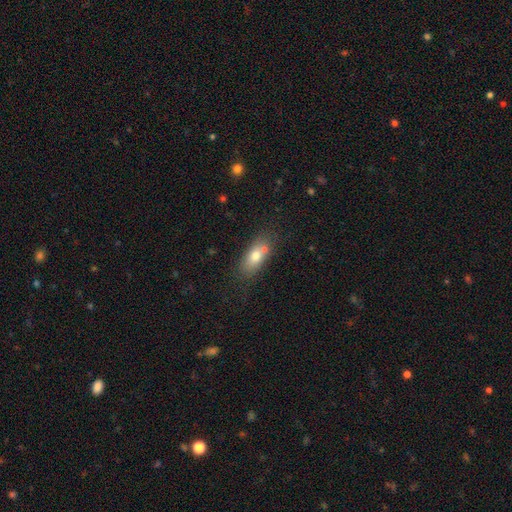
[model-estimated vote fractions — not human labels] Overall: smooth (71%). How rounded: in between (80%). Merging: none (60%).